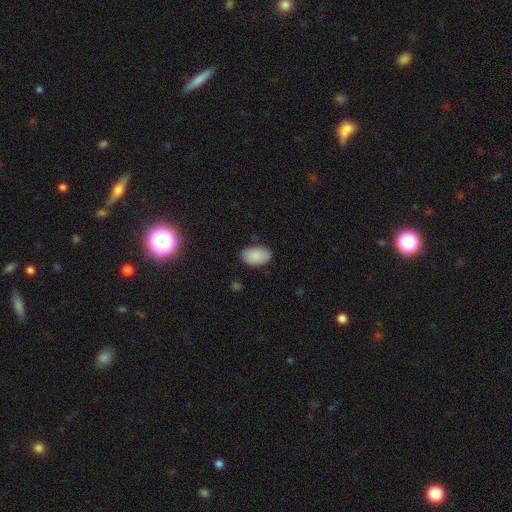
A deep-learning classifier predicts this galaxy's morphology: This is clearly a smooth galaxy (89%). How rounded: clearly in between (90%). Merging: clearly none (81%).